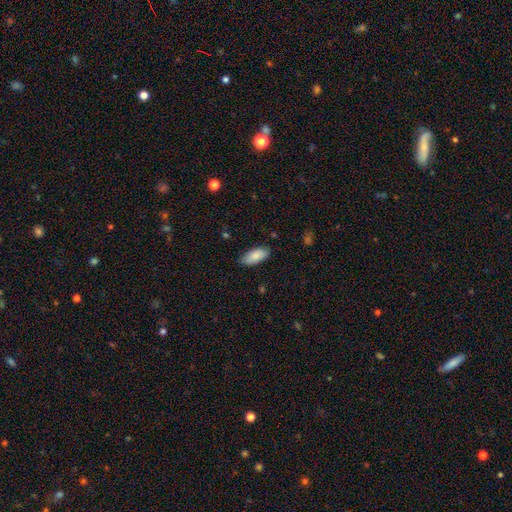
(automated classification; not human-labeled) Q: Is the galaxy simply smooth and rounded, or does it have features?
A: smooth — 86%.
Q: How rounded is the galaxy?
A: in between — 90%.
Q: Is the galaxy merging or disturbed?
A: none — 83%.